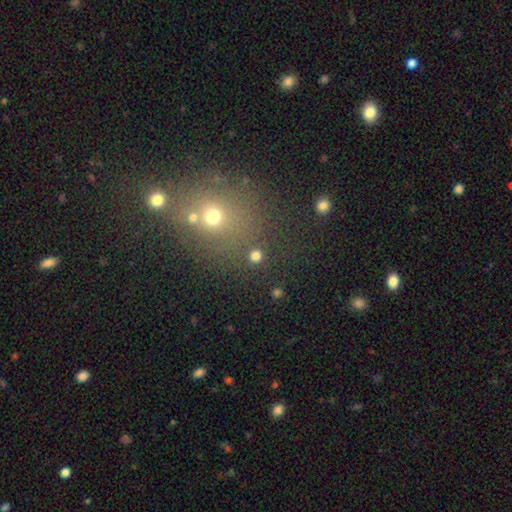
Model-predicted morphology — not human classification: A smooth galaxy with no disk features (77%) that is round (93%). Merging: none (84%).